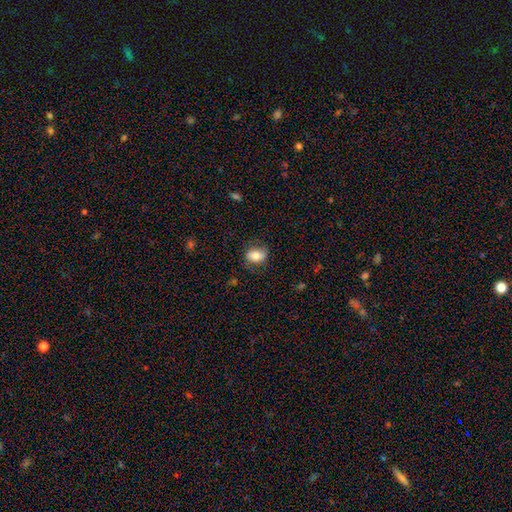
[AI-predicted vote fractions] A smooth galaxy with no disk features (77%) that is in between round and cigar-shaped (73%). Merging: none (75%).